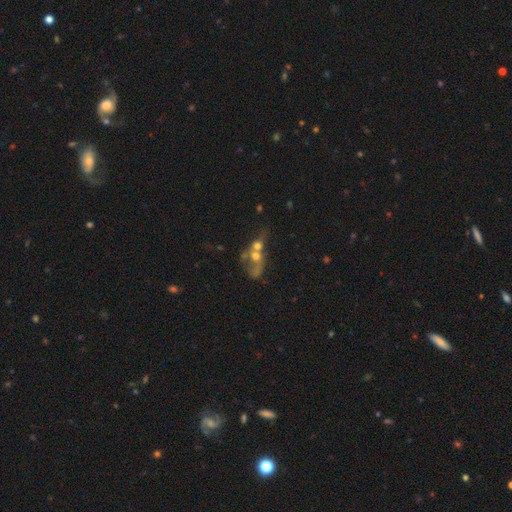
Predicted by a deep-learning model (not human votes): Q: Smooth or featured?
A: featured or disk (43%); runner-up: smooth (40%)
Q: Merging?
A: merger (67%); runner-up: none (14%)